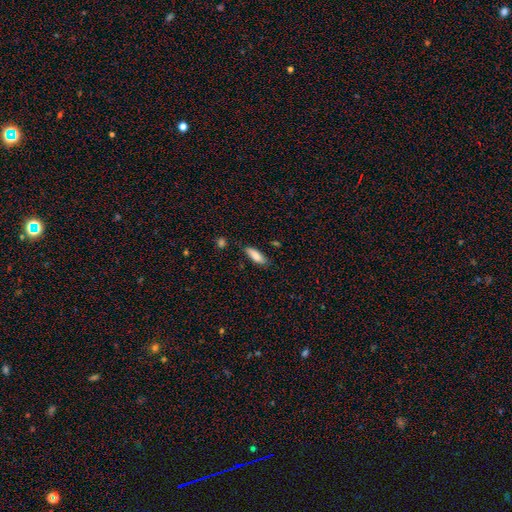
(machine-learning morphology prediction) smooth_or_featured: smooth (p=0.82) [alt: featured or disk p=0.12]
how_rounded: in between (p=0.60) [alt: cigar-shaped p=0.38]
merging: none (p=0.78) [alt: minor disturbance p=0.17]